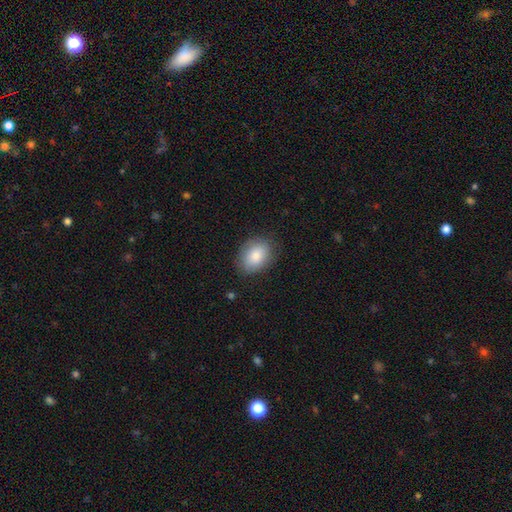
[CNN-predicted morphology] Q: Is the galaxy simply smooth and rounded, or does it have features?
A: smooth — 84%.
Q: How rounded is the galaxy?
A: in between — 75%.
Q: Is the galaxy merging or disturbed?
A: none — 82%.